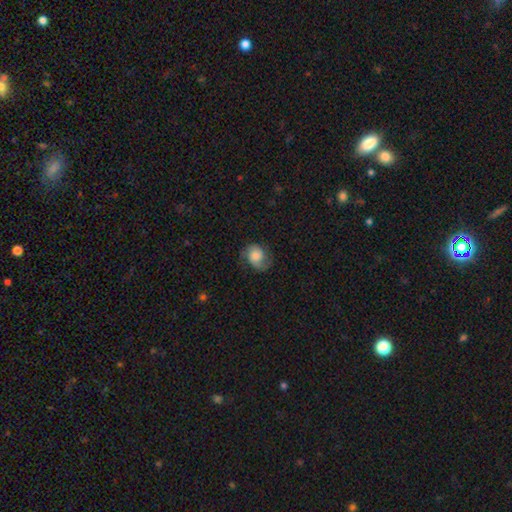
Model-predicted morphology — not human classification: Smooth or featured? featured or disk (50%)
Edge-on disk? no (98%)
Merging? none (67%)